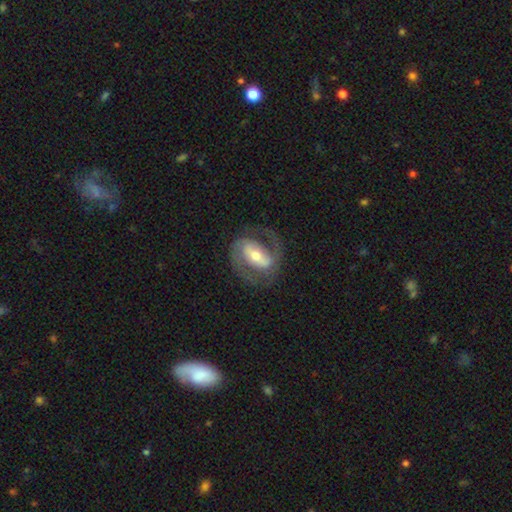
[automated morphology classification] type=featured or disk (83%); edge-on=no (96%); bar=strong (54%); spiral arms=yes (90%); winding=medium (52%); arm count=2 (86%); bulge=moderate (61%); merging=none (73%).